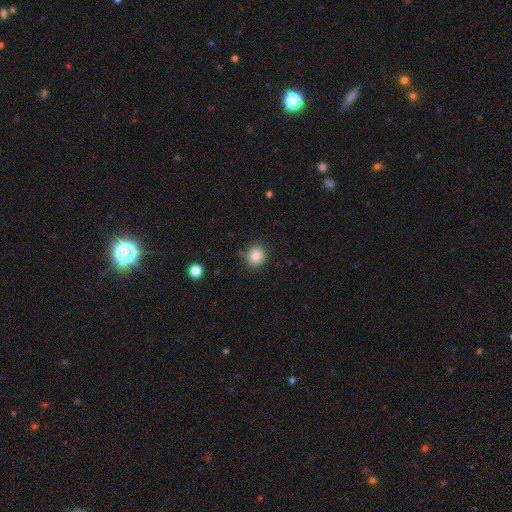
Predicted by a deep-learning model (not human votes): Overall: smooth (84%). How rounded: round (81%). Merging: none (87%).